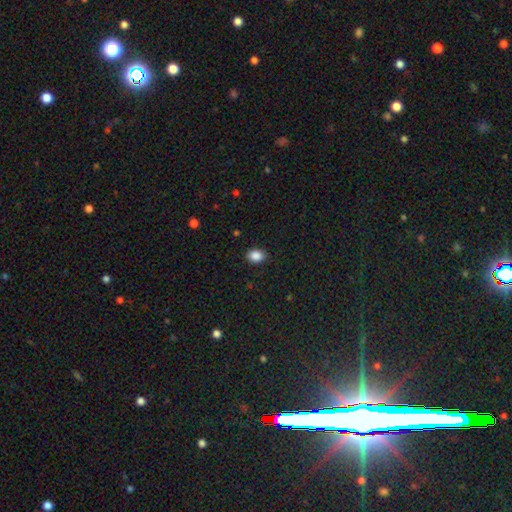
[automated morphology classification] Smooth or featured? smooth (88%)
How rounded? in between (65%)
Merging? none (88%)